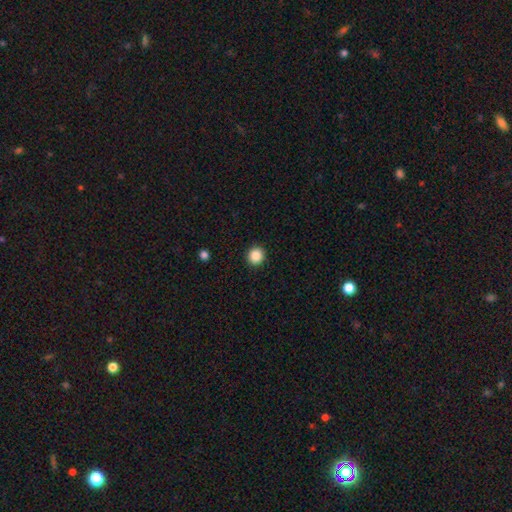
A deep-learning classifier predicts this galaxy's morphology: This appears to be a smooth galaxy with no disk features (87%) that is round (92%). Merging: none (93%).